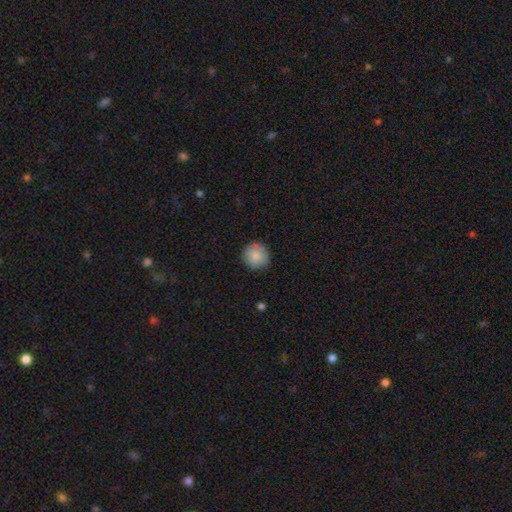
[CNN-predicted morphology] Q: Smooth or featured?
A: smooth (84%); runner-up: featured or disk (8%)
Q: How rounded?
A: round (92%); runner-up: in between (7%)
Q: Merging?
A: none (83%); runner-up: minor disturbance (14%)